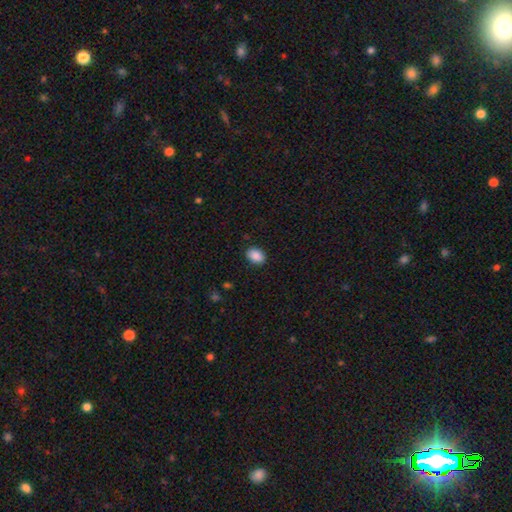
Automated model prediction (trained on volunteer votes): Morphology: type=smooth (90%); roundness=in between (80%); merging=none (88%).